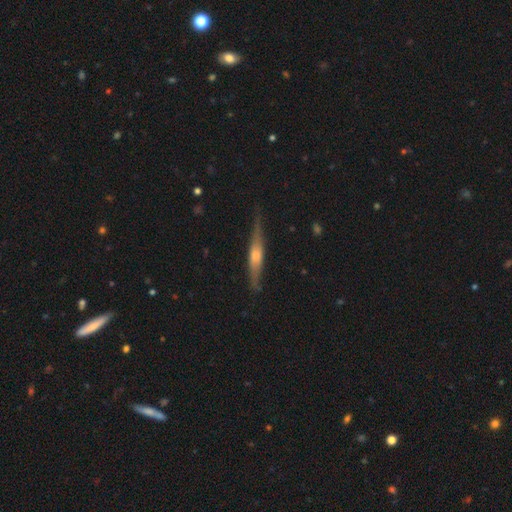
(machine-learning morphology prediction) Overall: featured or disk (57%; smooth 37%). Edge-on disk: yes (93%). Edge-on bulge: rounded (64%). Merging: none (77%).